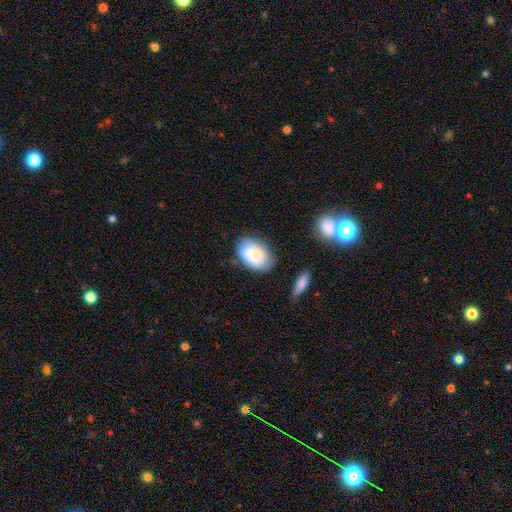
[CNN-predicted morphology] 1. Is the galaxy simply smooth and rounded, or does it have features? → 67% smooth, 25% featured or disk, 7% star or artifact.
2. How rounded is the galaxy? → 88% in between, 11% round, 1% cigar-shaped.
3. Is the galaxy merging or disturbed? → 61% none, 23% minor disturbance, 8% merger, 7% major disturbance.